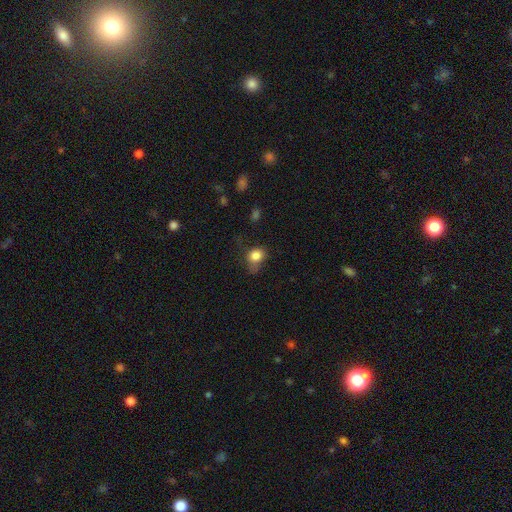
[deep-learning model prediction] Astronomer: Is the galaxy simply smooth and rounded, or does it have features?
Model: smooth — 82%.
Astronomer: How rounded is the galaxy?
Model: round — 57% (runner-up: in between, 42%).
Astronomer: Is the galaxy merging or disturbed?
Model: none — 41% (runner-up: minor disturbance, 34%).